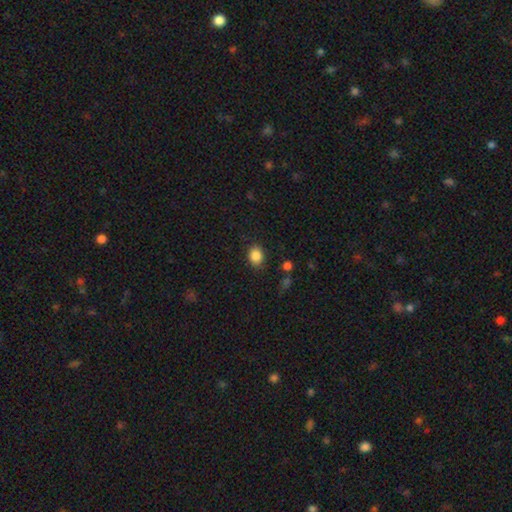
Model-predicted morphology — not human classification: smooth_or_featured: smooth (p=0.86) [alt: star or artifact p=0.10]
how_rounded: in between (p=0.52) [alt: round p=0.47]
merging: none (p=0.84) [alt: minor disturbance p=0.11]